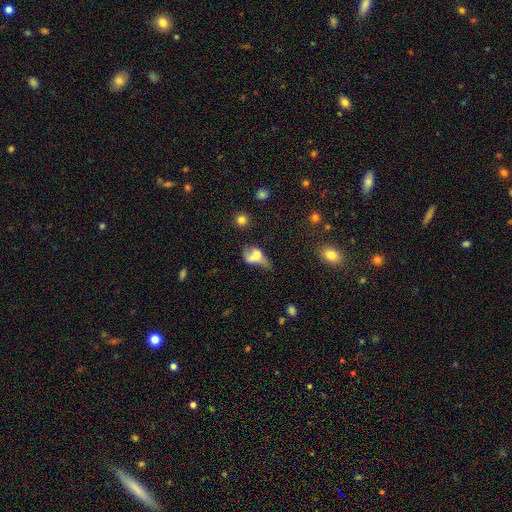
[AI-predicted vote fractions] Smooth or featured: smooth — 57% (featured or disk — 31%)
How rounded: in between — 69% (round — 23%)
Merging: merger — 43% (major disturbance — 23%)